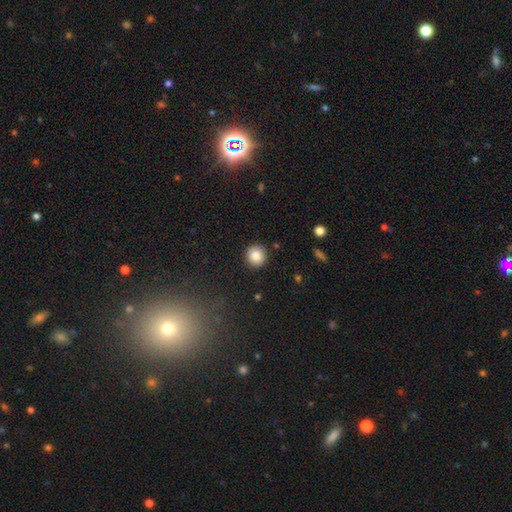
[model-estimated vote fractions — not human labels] This appears to be a smooth galaxy with no disk features (85%) that is round (94%). Merging: none (91%).